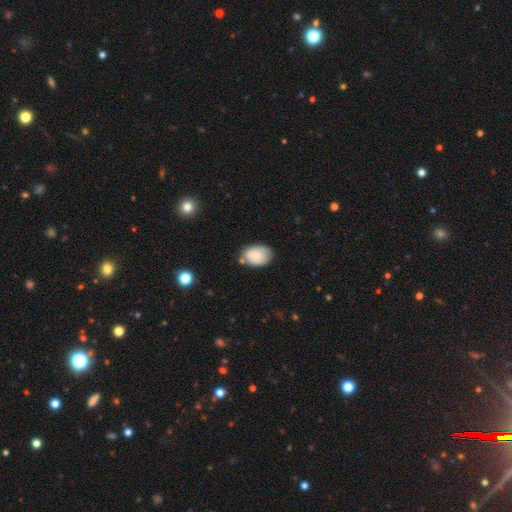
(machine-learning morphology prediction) A smooth galaxy with no disk features (81%) that is in between round and cigar-shaped (76%).

Vote fractions:
- Smooth or featured? smooth: 81% / featured or disk: 12% / star or artifact: 7%
- How rounded? in between: 76% / round: 23% / cigar-shaped: 1%
- Merging? none: 65% / minor disturbance: 24% / merger: 6% / major disturbance: 5%